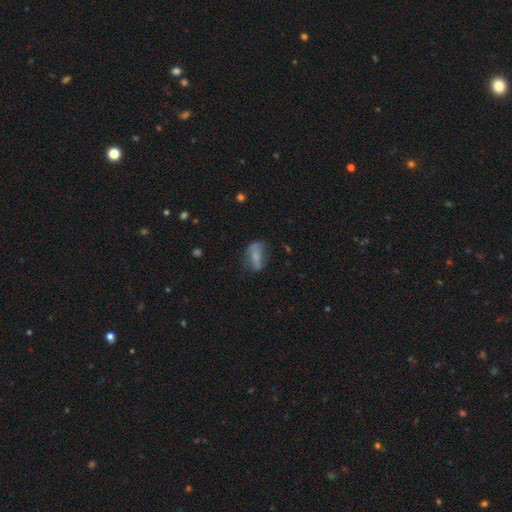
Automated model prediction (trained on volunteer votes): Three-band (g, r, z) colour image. It shows a smooth galaxy with no disk features (65%) that is in between round and cigar-shaped (75%). Merging: none (54%).